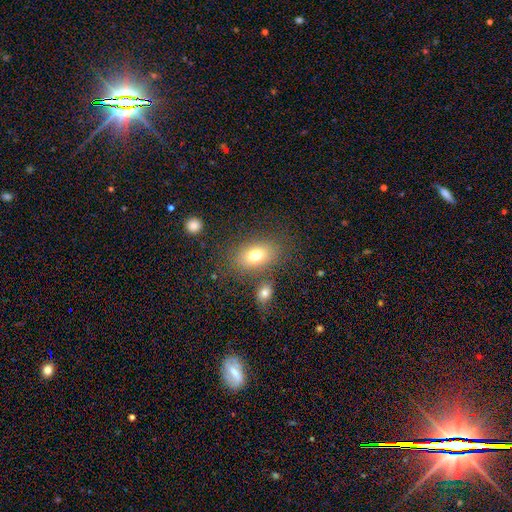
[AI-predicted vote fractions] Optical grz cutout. It shows a smooth galaxy with no disk features (75%) that is in between round and cigar-shaped (83%). Merging: none (73%).